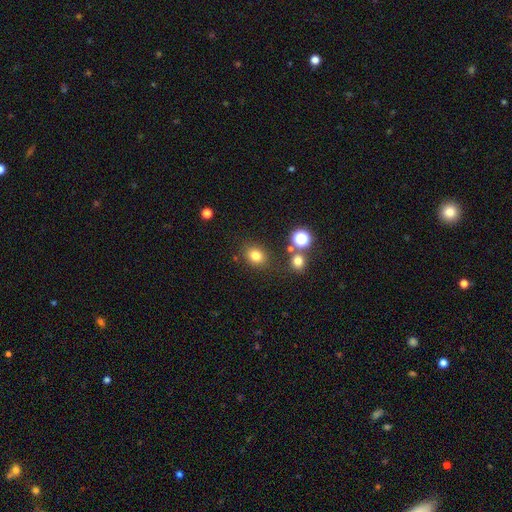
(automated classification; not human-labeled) Smooth or featured? Predicted: smooth (p=0.79). How rounded? Predicted: round (p=0.60). Merging? Predicted: none (p=0.81).